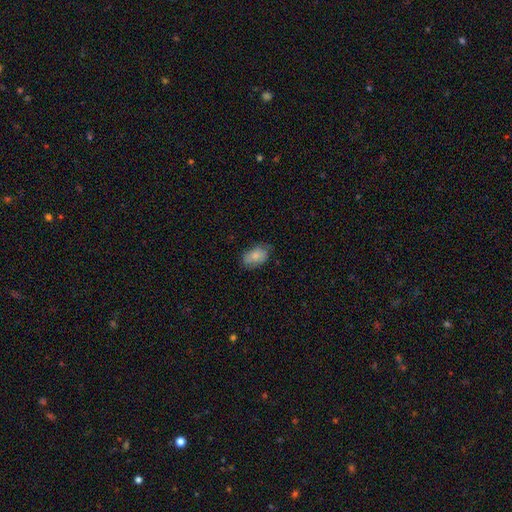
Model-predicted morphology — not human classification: Smooth or featured? Predicted: smooth (p=0.78). How rounded? Predicted: in between (p=0.90). Merging? Predicted: none (p=0.67).